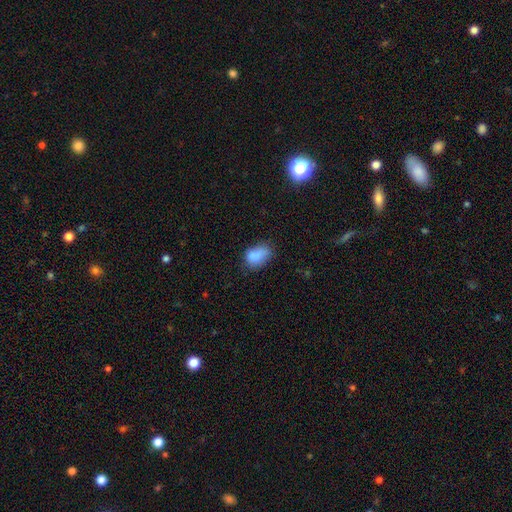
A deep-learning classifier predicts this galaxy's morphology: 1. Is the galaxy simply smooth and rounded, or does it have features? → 80% smooth, 10% star or artifact, 10% featured or disk.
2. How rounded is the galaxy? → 84% in between, 14% round, 2% cigar-shaped.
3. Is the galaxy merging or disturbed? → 47% none, 34% minor disturbance, 13% major disturbance, 7% merger.